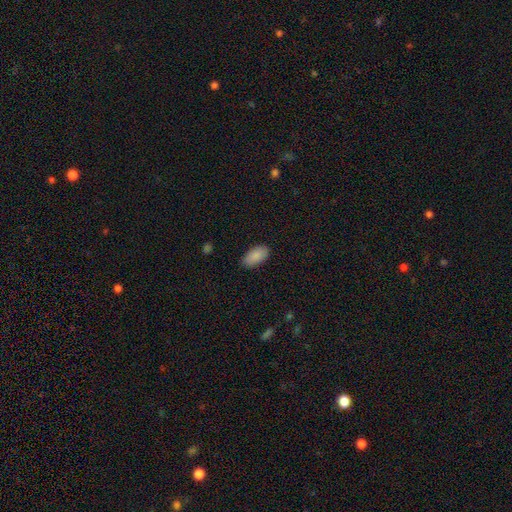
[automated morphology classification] A smooth galaxy with no disk features (89%) that is in between round and cigar-shaped (94%).

Vote fractions:
- Smooth or featured? smooth: 89% / star or artifact: 7% / featured or disk: 5%
- How rounded? in between: 94% / cigar-shaped: 4% / round: 2%
- Merging? none: 85% / minor disturbance: 11% / major disturbance: 2% / merger: 1%